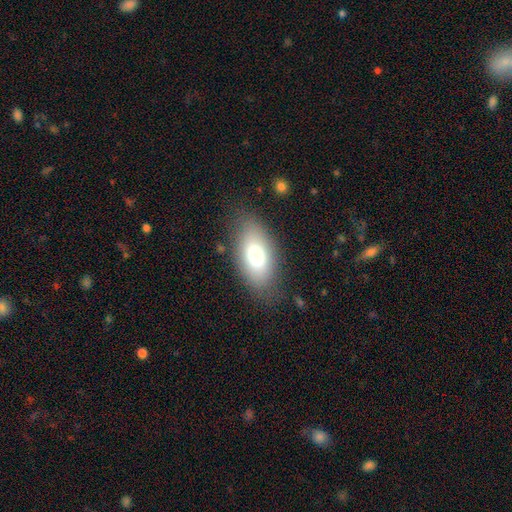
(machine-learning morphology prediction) This is likely a smooth galaxy (75%). How rounded: clearly in between (90%). Merging: likely none (78%).